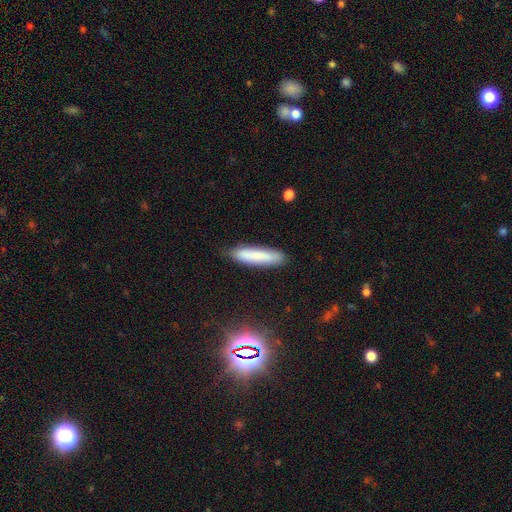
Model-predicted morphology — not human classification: The model was most divided on "smooth or featured": smooth: 78%, featured or disk: 14%, star or artifact: 9%. More confident: merging — none (83%); how rounded — cigar-shaped (82%).